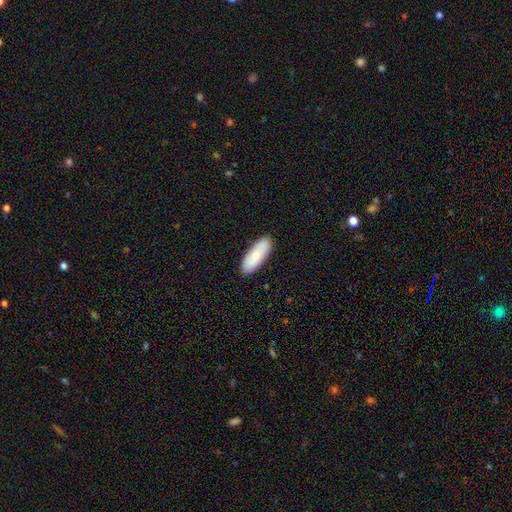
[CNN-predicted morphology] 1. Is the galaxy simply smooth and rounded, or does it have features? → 80% smooth, 14% featured or disk, 5% star or artifact.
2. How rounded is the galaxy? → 64% in between, 34% cigar-shaped, 2% round.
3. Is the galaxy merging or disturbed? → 89% none, 8% minor disturbance, 2% major disturbance, 1% merger.